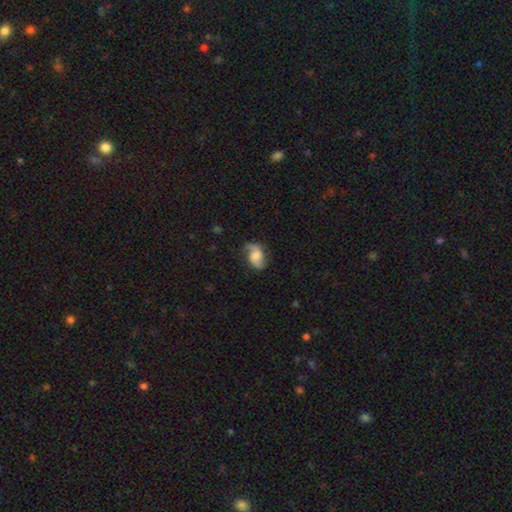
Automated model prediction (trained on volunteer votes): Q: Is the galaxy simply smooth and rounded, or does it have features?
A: featured or disk — 65%.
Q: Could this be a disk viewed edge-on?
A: no — 97%.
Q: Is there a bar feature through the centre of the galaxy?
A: no — 56%.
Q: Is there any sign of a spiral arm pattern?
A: yes — 93%.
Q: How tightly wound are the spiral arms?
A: loose — 59%.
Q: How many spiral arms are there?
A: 2 — 87%.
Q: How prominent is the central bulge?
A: moderate — 39%.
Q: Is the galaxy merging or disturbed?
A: none — 69%.